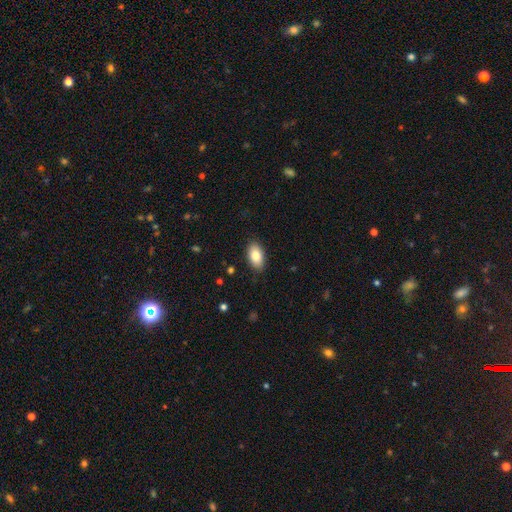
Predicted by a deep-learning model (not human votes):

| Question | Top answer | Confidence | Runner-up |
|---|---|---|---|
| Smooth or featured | smooth | 83% | featured or disk (10%) |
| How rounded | in between | 93% | round (5%) |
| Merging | none | 88% | minor disturbance (9%) |